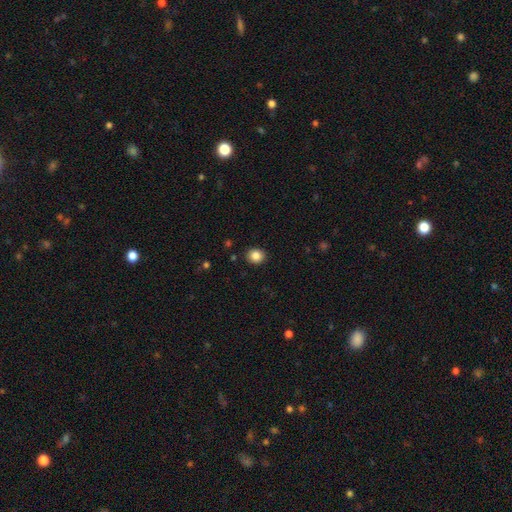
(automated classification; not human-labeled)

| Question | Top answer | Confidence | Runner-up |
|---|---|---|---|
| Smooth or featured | smooth | 85% | star or artifact (10%) |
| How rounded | round | 77% | in between (22%) |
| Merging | none | 91% | minor disturbance (6%) |